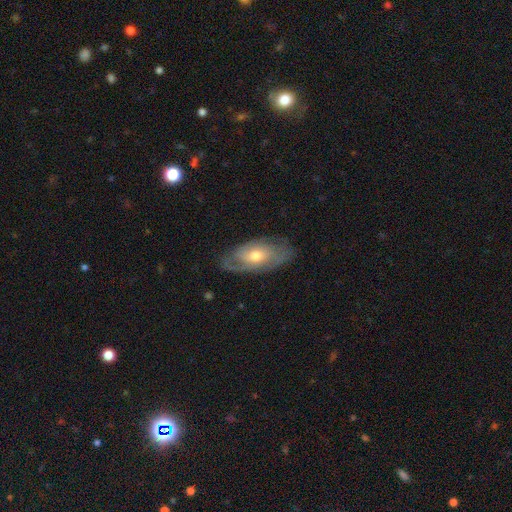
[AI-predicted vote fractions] A featured or disk galaxy (68%) with no bar (68%), spiral arms (82%) and a moderate central bulge (68%). Merging: none (73%).